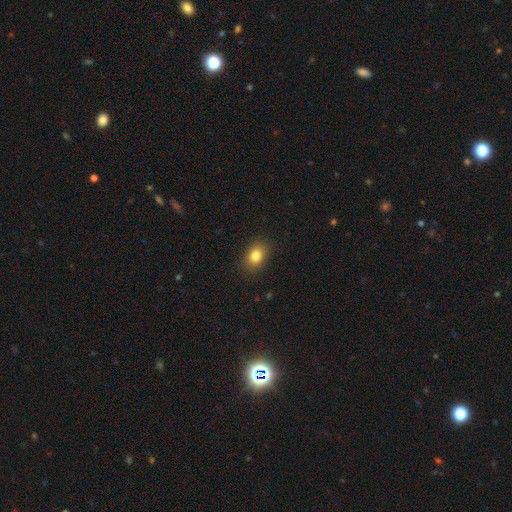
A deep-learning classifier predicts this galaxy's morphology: A smooth galaxy with no disk features (82%) that is in between round and cigar-shaped (67%).

Vote fractions:
- Smooth or featured? smooth: 82% / star or artifact: 10% / featured or disk: 8%
- How rounded? in between: 67% / round: 32% / cigar-shaped: 1%
- Merging? none: 88% / minor disturbance: 8% / major disturbance: 2% / merger: 1%